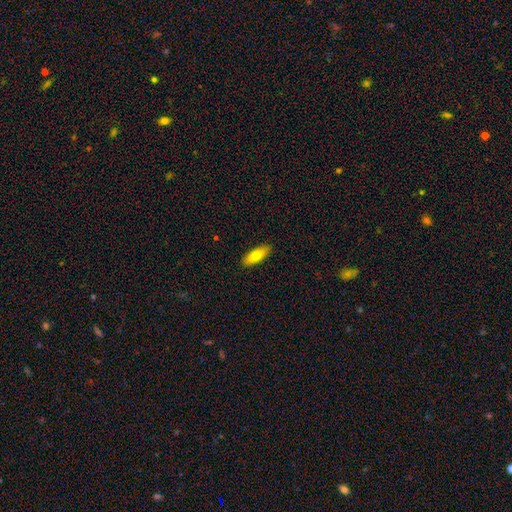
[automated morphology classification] Smooth or featured: smooth — 75% (featured or disk — 19%)
How rounded: in between — 67% (cigar-shaped — 31%)
Merging: none — 90% (minor disturbance — 7%)